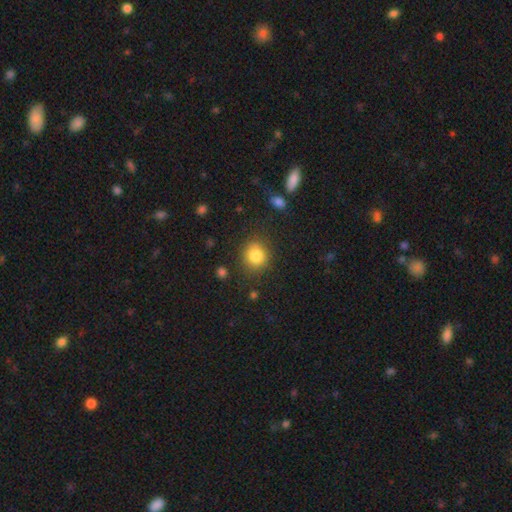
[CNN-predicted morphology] A smooth galaxy with no disk features (83%) that is round (83%).

Vote fractions:
- Smooth or featured? smooth: 83% / star or artifact: 10% / featured or disk: 6%
- How rounded? round: 83% / in between: 16% / cigar-shaped: 1%
- Merging? none: 83% / minor disturbance: 11% / major disturbance: 4% / merger: 2%